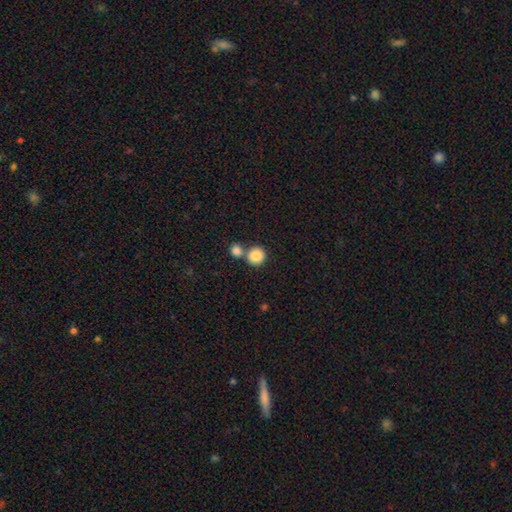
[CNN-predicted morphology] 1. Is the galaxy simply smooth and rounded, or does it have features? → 86% smooth, 9% star or artifact, 6% featured or disk.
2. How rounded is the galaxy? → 91% round, 8% in between, 1% cigar-shaped.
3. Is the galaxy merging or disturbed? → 60% none, 31% merger, 7% minor disturbance, 2% major disturbance.